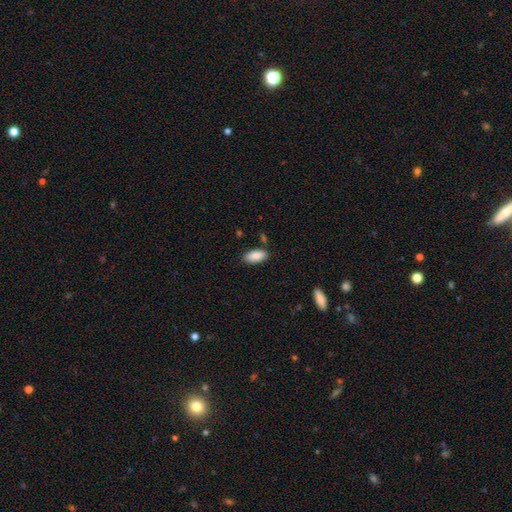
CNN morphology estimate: This is clearly a smooth galaxy (90%). How rounded: clearly in between (91%). Merging: clearly none (83%).